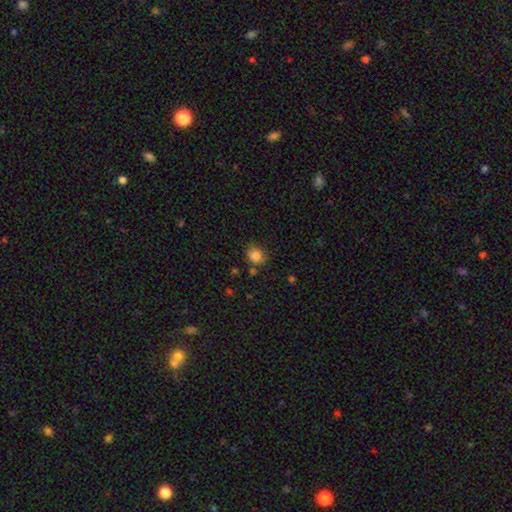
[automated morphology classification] Smooth or featured?
  - smooth: 85% *
  - star or artifact: 10%
  - featured or disk: 5%
How rounded?
  - round: 71% *
  - in between: 28%
  - cigar-shaped: 1%
Merging?
  - none: 74% *
  - minor disturbance: 16%
  - merger: 5%
  - major disturbance: 4%